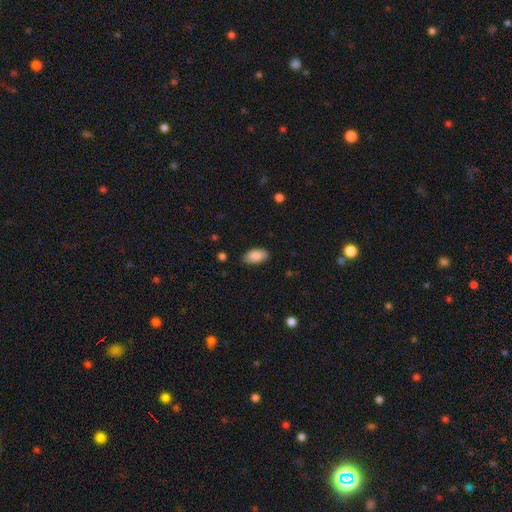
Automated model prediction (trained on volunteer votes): Smooth or featured? Predicted: smooth (p=0.88). How rounded? Predicted: in between (p=0.94). Merging? Predicted: none (p=0.82).